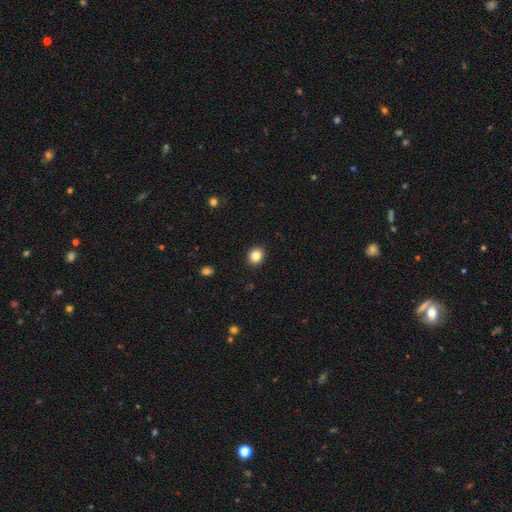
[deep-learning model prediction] Smooth or featured? Predicted: smooth (p=0.84). How rounded? Predicted: round (p=0.67). Merging? Predicted: none (p=0.91).